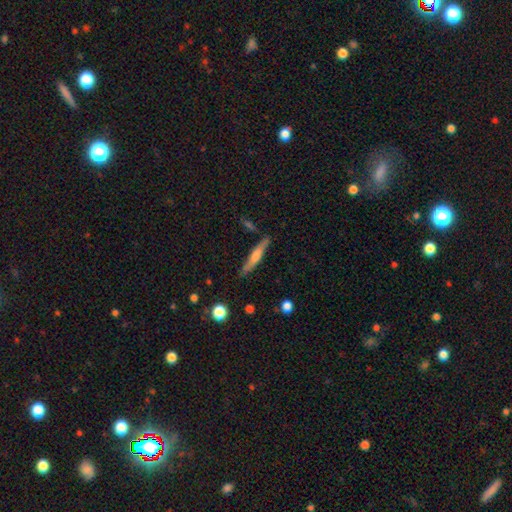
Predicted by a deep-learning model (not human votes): Smooth or featured?
  - featured or disk: 48% *
  - smooth: 45%
  - star or artifact: 6%
Merging?
  - none: 84% *
  - minor disturbance: 11%
  - merger: 3%
  - major disturbance: 2%